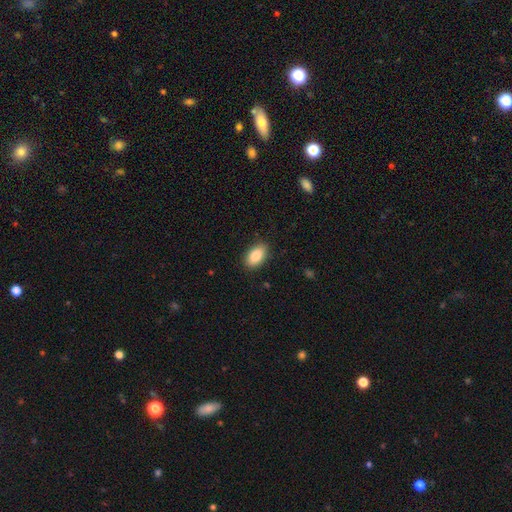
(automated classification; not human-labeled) Smooth or featured?
  - smooth: 86% *
  - featured or disk: 7%
  - star or artifact: 7%
How rounded?
  - in between: 92% *
  - round: 6%
  - cigar-shaped: 2%
Merging?
  - none: 88% *
  - minor disturbance: 9%
  - major disturbance: 2%
  - merger: 1%